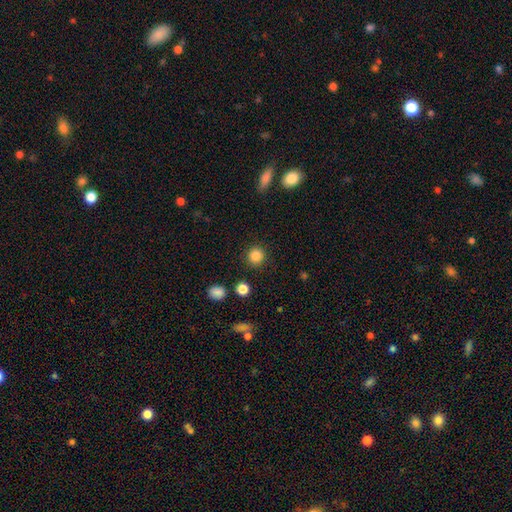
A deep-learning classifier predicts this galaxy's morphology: A smooth galaxy with no disk features (85%) that is round (93%).

Vote fractions:
- Smooth or featured? smooth: 85% / star or artifact: 11% / featured or disk: 4%
- How rounded? round: 93% / in between: 6% / cigar-shaped: 1%
- Merging? none: 90% / minor disturbance: 6% / major disturbance: 2% / merger: 2%